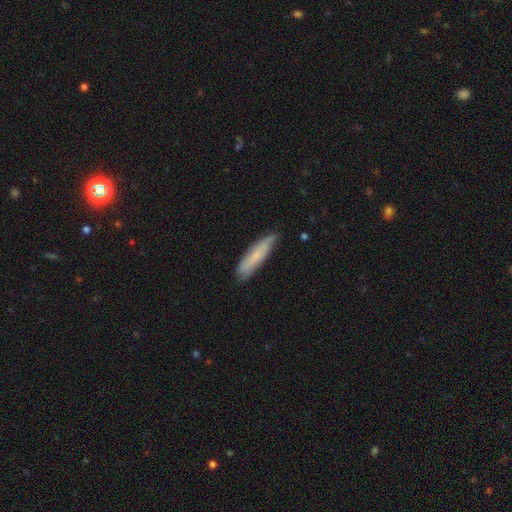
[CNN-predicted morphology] Overall: smooth (66%; featured or disk 28%). How rounded: cigar-shaped (83%). Merging: none (79%).